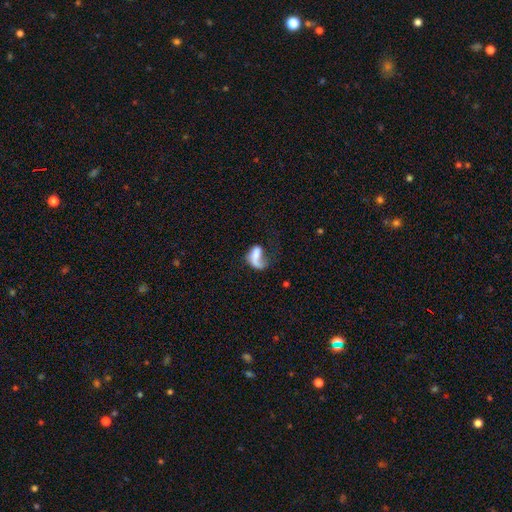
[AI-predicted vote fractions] Smooth or featured? Predicted: featured or disk (p=0.46). Merging? Predicted: major disturbance (p=0.50).